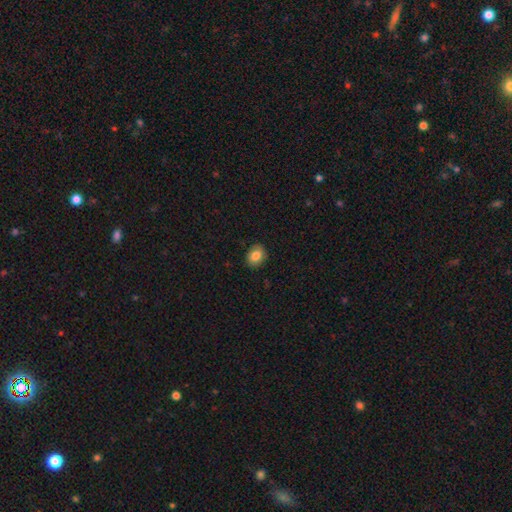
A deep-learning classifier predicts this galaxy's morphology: Overall: smooth (83%). How rounded: in between (56%; round 43%). Merging: none (88%).